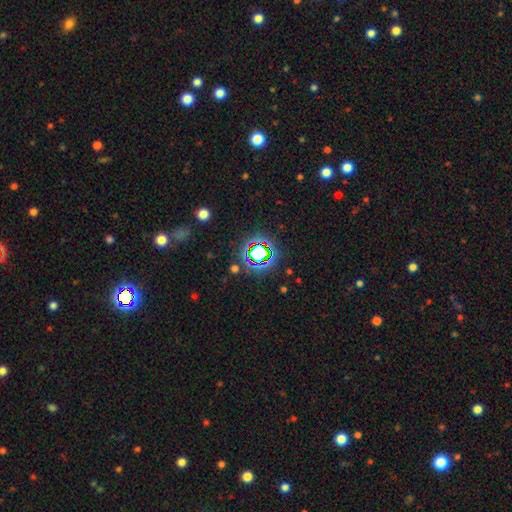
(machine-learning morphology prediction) Smooth or featured? star or artifact (67%)